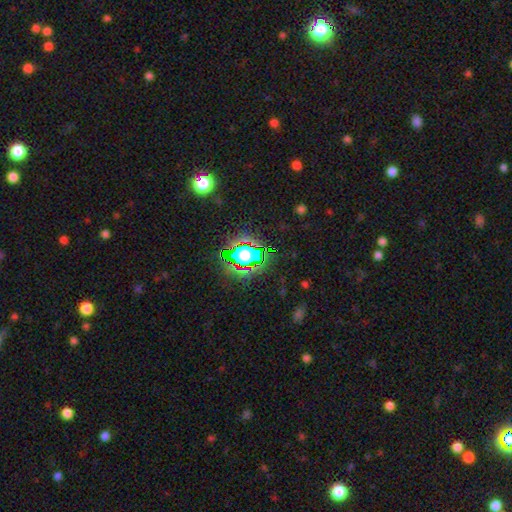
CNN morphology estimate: Smooth or featured? Predicted: star or artifact (p=0.74).